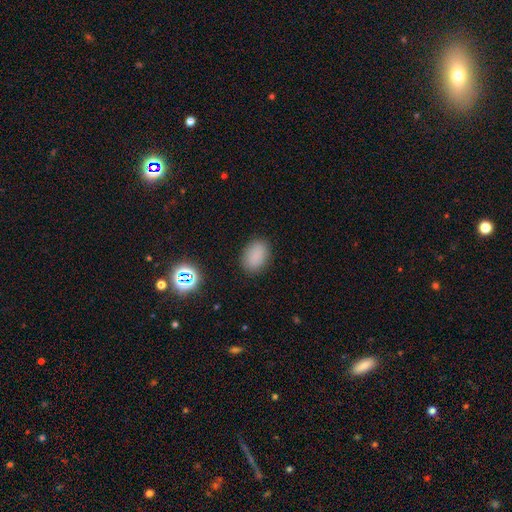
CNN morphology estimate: This appears to be a smooth galaxy with no disk features (84%) that is in between round and cigar-shaped (83%). Merging: none (86%).